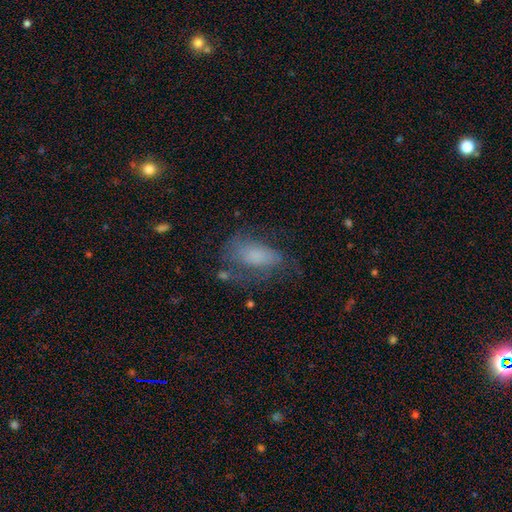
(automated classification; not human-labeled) Smooth or featured: smooth — 46% (featured or disk — 41%)
Merging: none — 45% (major disturbance — 26%)